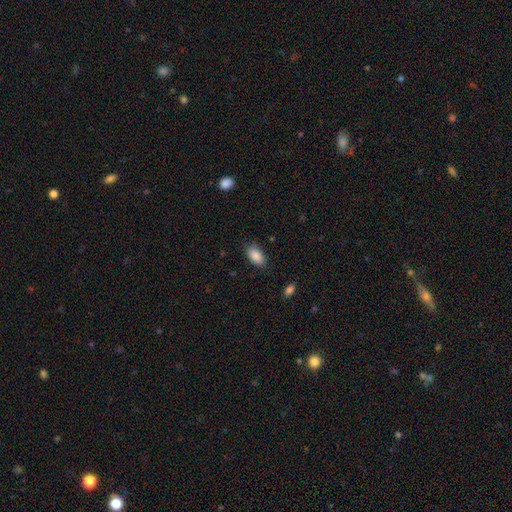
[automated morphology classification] A smooth galaxy with no disk features (89%) that is in between round and cigar-shaped (93%). Merging: none (82%).